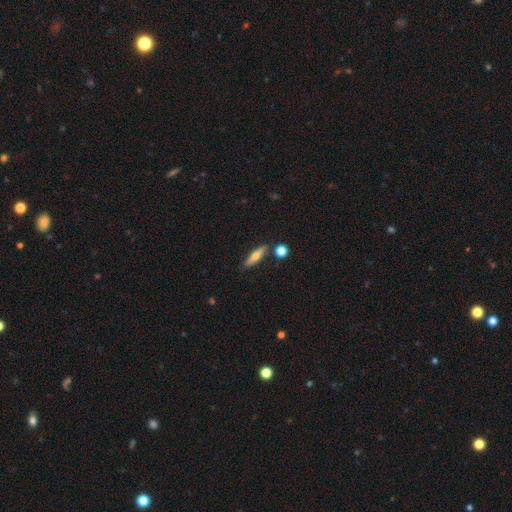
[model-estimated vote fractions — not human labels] Q: Smooth or featured?
A: smooth (57%); runner-up: featured or disk (36%)
Q: How rounded?
A: cigar-shaped (74%); runner-up: in between (23%)
Q: Merging?
A: none (82%); runner-up: minor disturbance (10%)